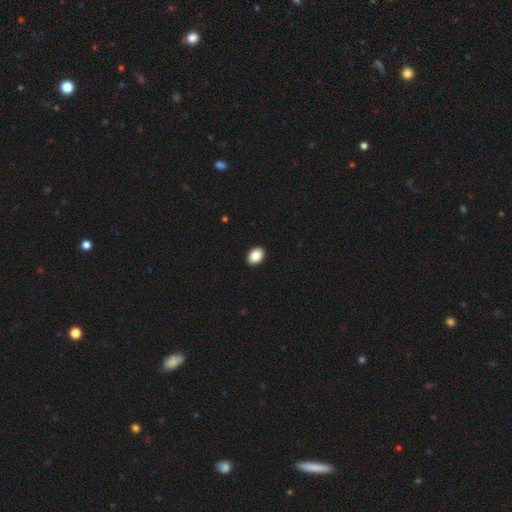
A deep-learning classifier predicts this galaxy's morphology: Smooth or featured? Predicted: smooth (p=0.87). How rounded? Predicted: in between (p=0.82). Merging? Predicted: none (p=0.92).